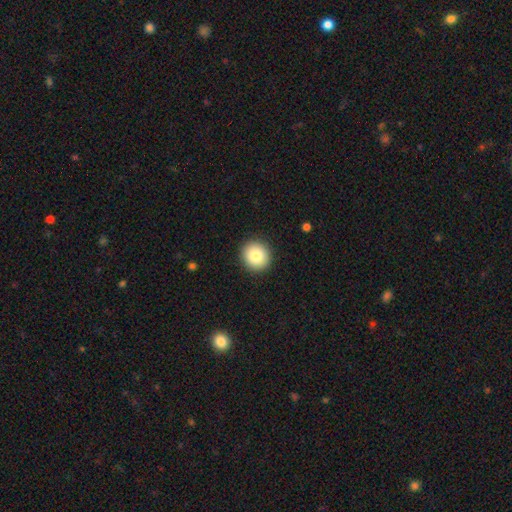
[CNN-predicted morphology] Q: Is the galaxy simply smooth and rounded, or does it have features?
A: smooth — 84%.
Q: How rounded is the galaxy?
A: round — 90%.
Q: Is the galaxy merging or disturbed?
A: none — 92%.